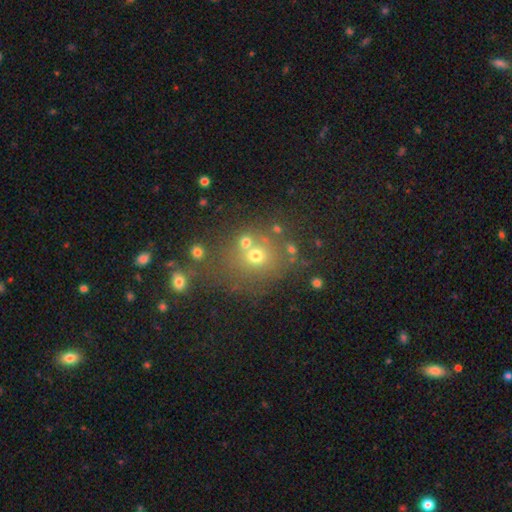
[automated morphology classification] Q: Smooth or featured?
A: smooth (62%); runner-up: star or artifact (23%)
Q: How rounded?
A: round (80%); runner-up: in between (19%)
Q: Merging?
A: none (62%); runner-up: merger (19%)